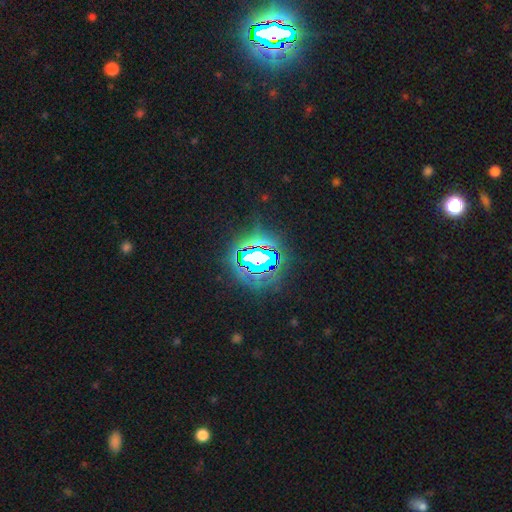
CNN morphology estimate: Smooth or featured? star or artifact (76%)